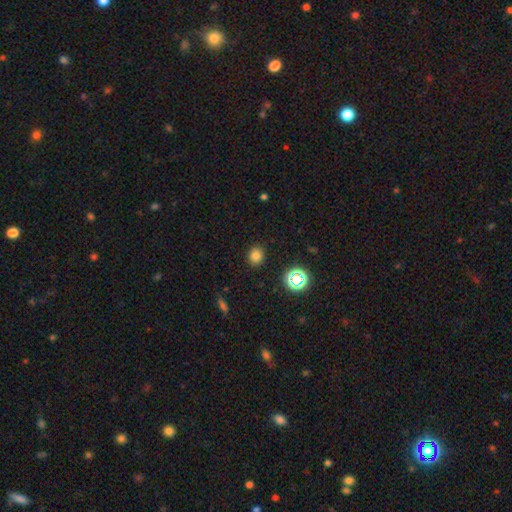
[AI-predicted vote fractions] Smooth or featured: smooth — 77% (star or artifact — 17%)
How rounded: round — 79% (in between — 20%)
Merging: none — 89% (minor disturbance — 7%)